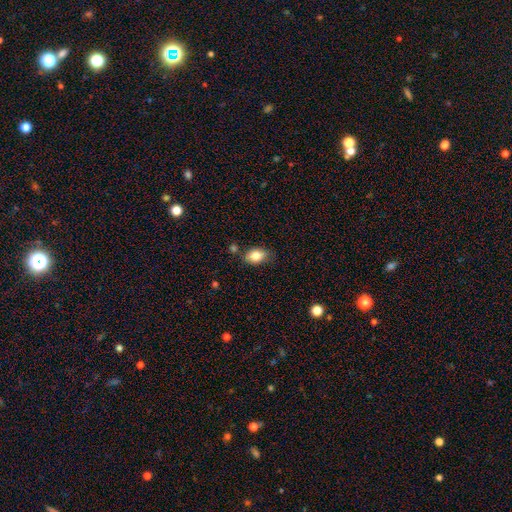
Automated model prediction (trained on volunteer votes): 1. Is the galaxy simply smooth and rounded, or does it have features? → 83% smooth, 9% featured or disk, 8% star or artifact.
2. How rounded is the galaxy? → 84% in between, 14% round, 2% cigar-shaped.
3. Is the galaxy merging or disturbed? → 73% none, 18% minor disturbance, 5% merger, 4% major disturbance.